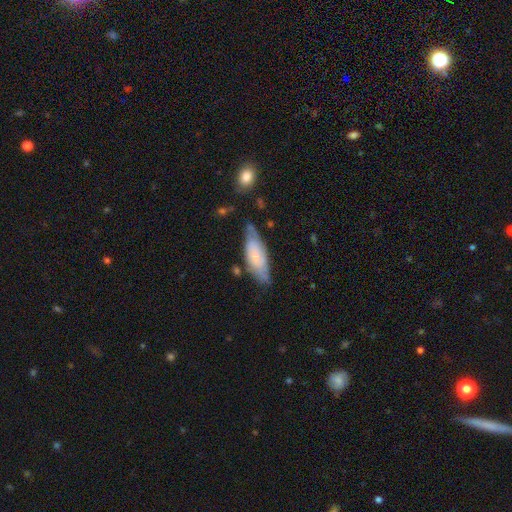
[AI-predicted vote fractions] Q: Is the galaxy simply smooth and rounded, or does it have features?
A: smooth — 55%.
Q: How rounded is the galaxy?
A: in between — 67%.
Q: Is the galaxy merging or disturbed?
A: none — 59%.